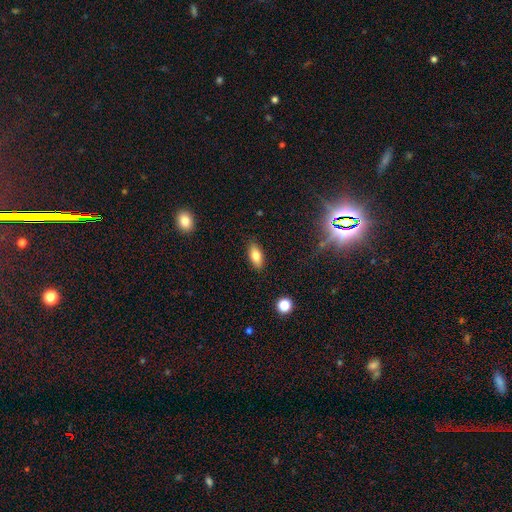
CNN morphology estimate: Overall: smooth (82%). How rounded: in between (86%). Merging: none (86%).